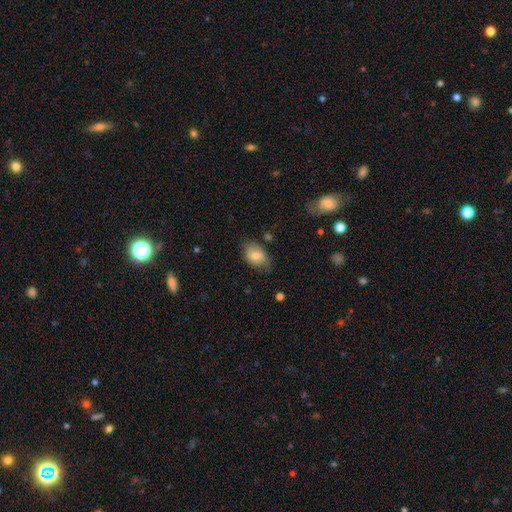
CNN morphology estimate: Smooth or featured?
  - smooth: 71% *
  - featured or disk: 21%
  - star or artifact: 8%
How rounded?
  - in between: 85% *
  - round: 13%
  - cigar-shaped: 1%
Merging?
  - none: 68% *
  - minor disturbance: 25%
  - major disturbance: 5%
  - merger: 2%